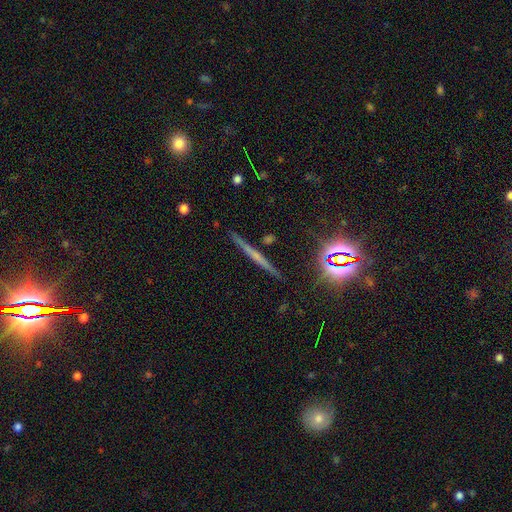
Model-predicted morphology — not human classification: The model was most divided on "smooth or featured": featured or disk: 48%, smooth: 31%, star or artifact: 22%. More confident: merging — none (89%).